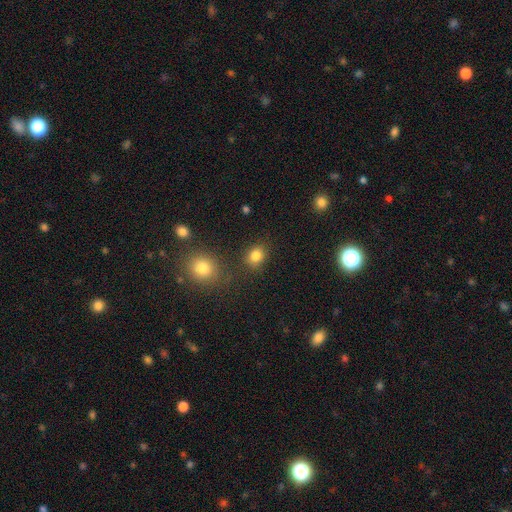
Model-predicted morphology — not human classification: This appears to be a smooth galaxy with no disk features (83%) that is round (56%). Merging: none (79%).